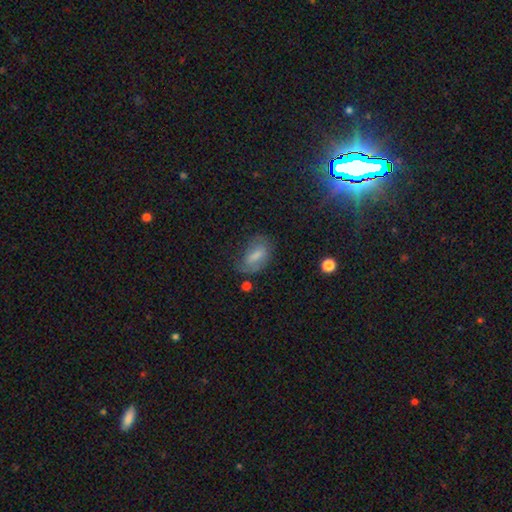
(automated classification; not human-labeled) The model was most divided on "smooth or featured": smooth: 55%, featured or disk: 35%, star or artifact: 10%. More confident: how rounded — in between (84%); merging — none (52%).